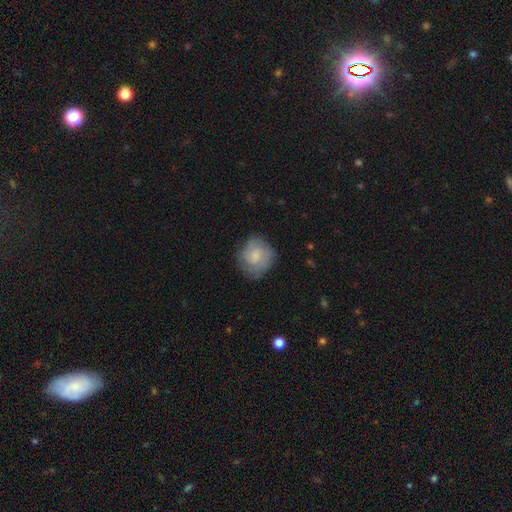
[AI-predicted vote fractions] smooth_or_featured: smooth (p=0.46) [tied with: featured or disk p=0.46]
merging: none (p=0.70) [alt: minor disturbance p=0.21]